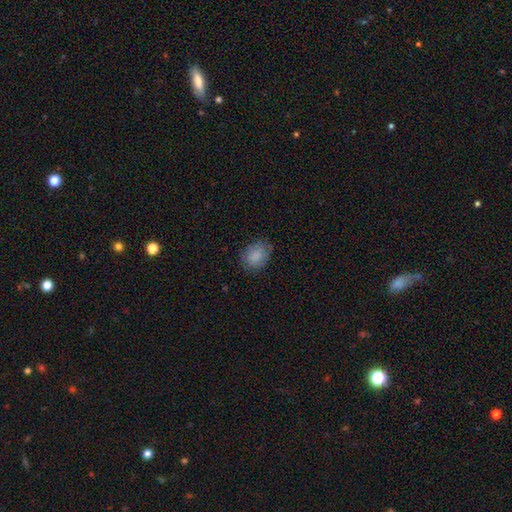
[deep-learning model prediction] A smooth galaxy with no disk features (84%) that is in between round and cigar-shaped (55%).

Vote fractions:
- Smooth or featured? smooth: 84% / star or artifact: 8% / featured or disk: 8%
- How rounded? in between: 55% / round: 44% / cigar-shaped: 1%
- Merging? none: 74% / minor disturbance: 20% / major disturbance: 5% / merger: 1%